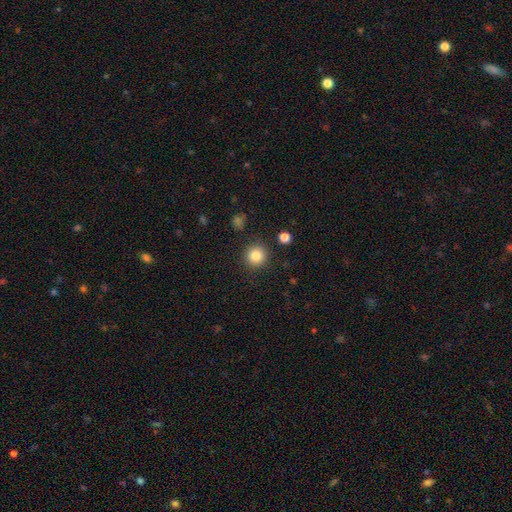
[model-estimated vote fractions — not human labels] smooth_or_featured: smooth (p=0.84) [alt: star or artifact p=0.11]
how_rounded: round (p=0.94) [alt: in between p=0.06]
merging: none (p=0.89) [alt: minor disturbance p=0.06]